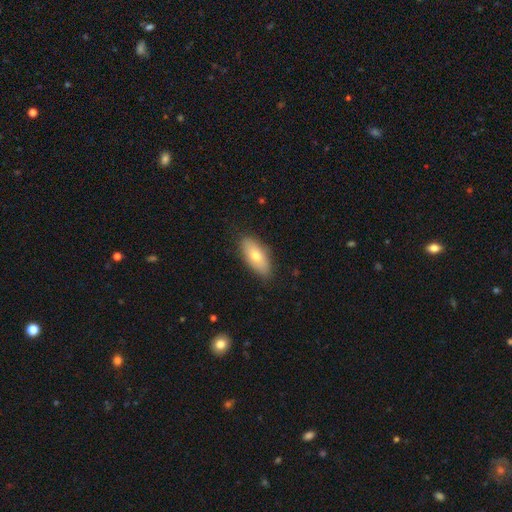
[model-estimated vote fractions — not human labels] Overall: smooth (72%). How rounded: in between (84%). Merging: none (84%).